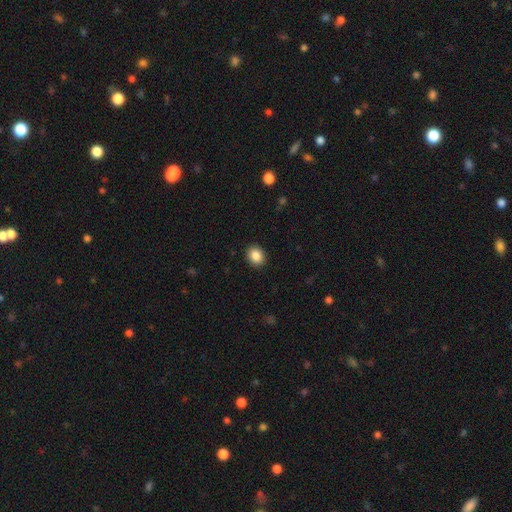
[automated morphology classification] A smooth galaxy with no disk features (87%) that is round (56%).

Vote fractions:
- Smooth or featured? smooth: 87% / star or artifact: 8% / featured or disk: 4%
- How rounded? round: 56% / in between: 43% / cigar-shaped: 1%
- Merging? none: 91% / minor disturbance: 6% / major disturbance: 2% / merger: 1%